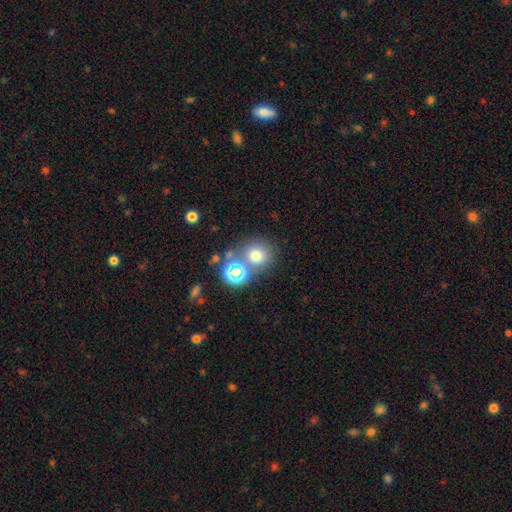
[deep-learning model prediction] A smooth galaxy with no disk features (68%) that is round (85%). Merging: none (64%).